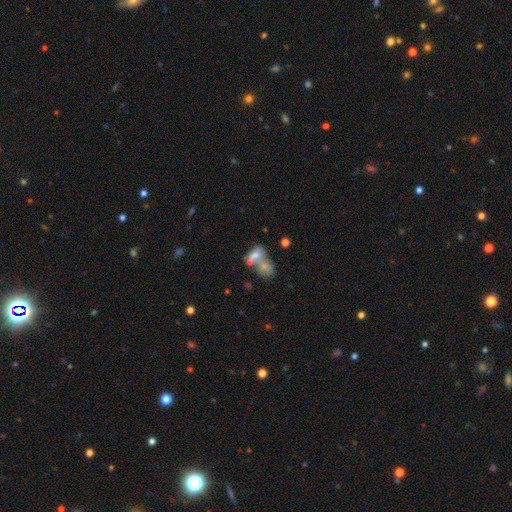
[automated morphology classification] The model was most divided on "smooth or featured": smooth: 59%, featured or disk: 30%, star or artifact: 11%. More confident: how rounded — in between (82%); merging — merger (64%).